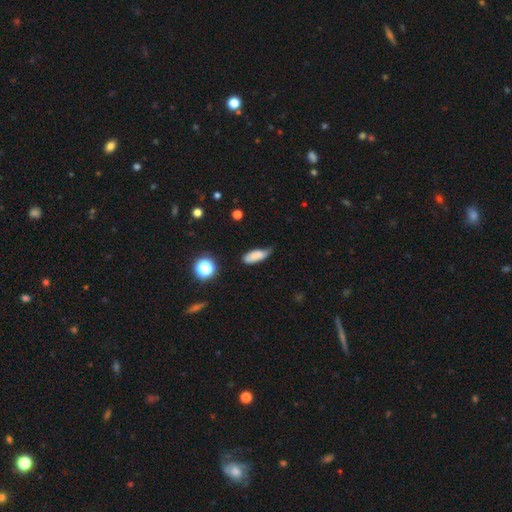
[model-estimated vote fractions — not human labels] This is likely a smooth galaxy (78%). How rounded: likely in between (71%). Merging: possibly none (48%).